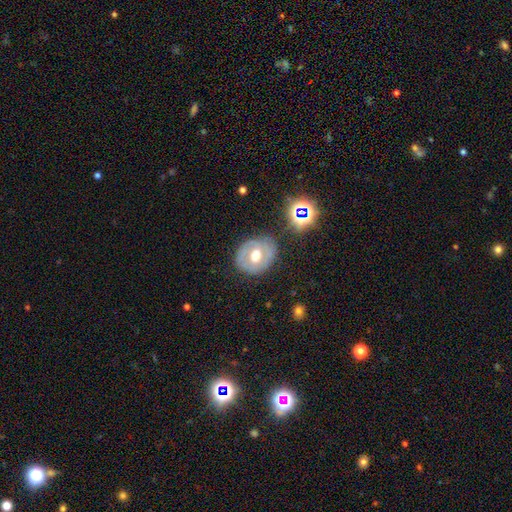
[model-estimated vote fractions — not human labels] This appears to be a featured or disk galaxy (53%) with no bar (61%), no spiral arms (70%) and a moderate central bulge (72%). Merging: none (72%).